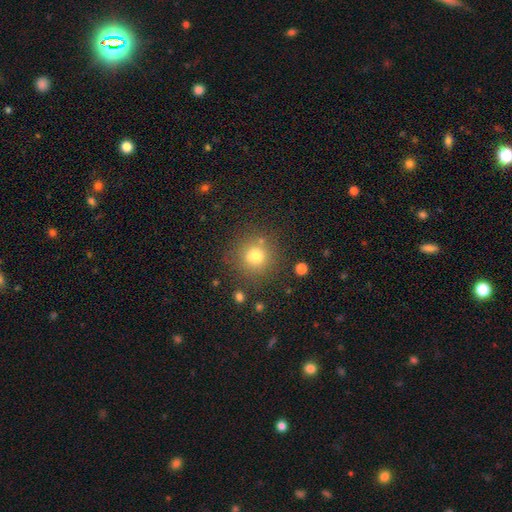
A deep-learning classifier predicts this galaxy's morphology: Smooth or featured?
  - smooth: 74% *
  - star or artifact: 16%
  - featured or disk: 11%
How rounded?
  - round: 93% *
  - in between: 6%
  - cigar-shaped: 1%
Merging?
  - none: 82% *
  - minor disturbance: 10%
  - merger: 4%
  - major disturbance: 4%